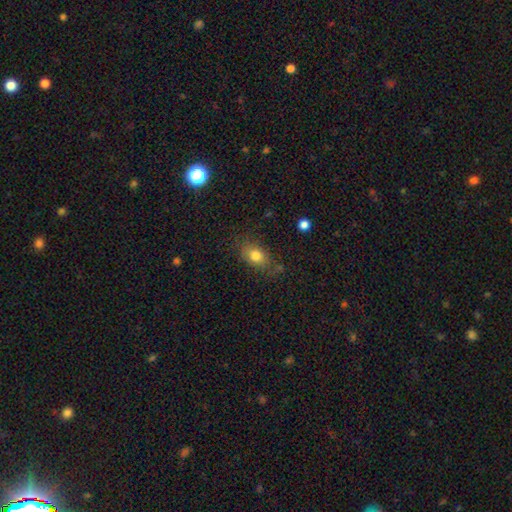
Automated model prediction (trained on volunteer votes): smooth-or-featured: smooth: 79% | featured or disk: 11% | star or artifact: 11%
  how-rounded: in between: 71% | round: 26% | cigar-shaped: 3%
  merging: none: 70% | minor disturbance: 20% | major disturbance: 6% | merger: 3%